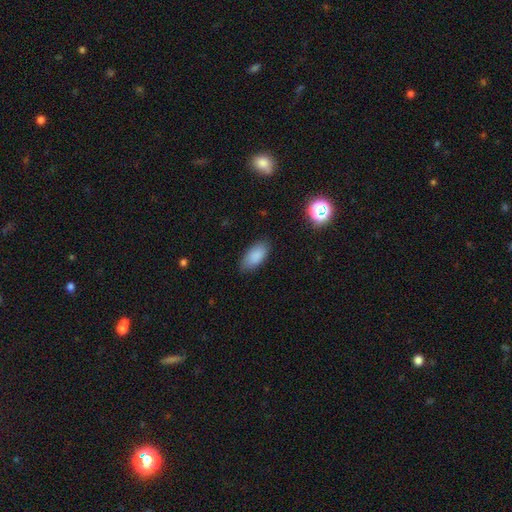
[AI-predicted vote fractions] The model was most divided on "merging": none: 83%, minor disturbance: 13%, major disturbance: 3%, merger: 1%. More confident: how rounded — in between (92%); smooth or featured — smooth (87%).